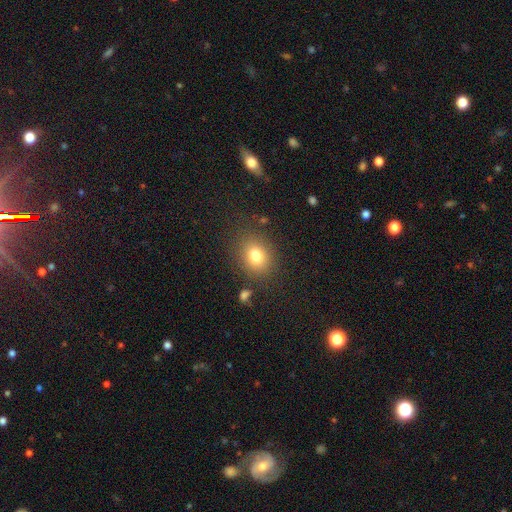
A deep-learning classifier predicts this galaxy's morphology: smooth_or_featured: smooth (p=0.78) [alt: star or artifact p=0.12]
how_rounded: round (p=0.59) [alt: in between p=0.40]
merging: none (p=0.81) [alt: minor disturbance p=0.11]